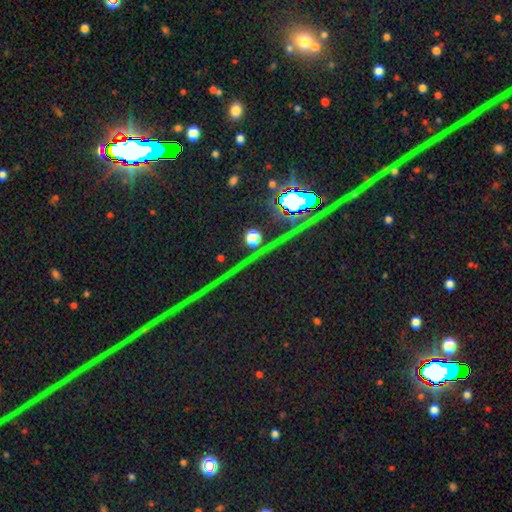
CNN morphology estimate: Smooth or featured: star or artifact — 86% (featured or disk — 7%)